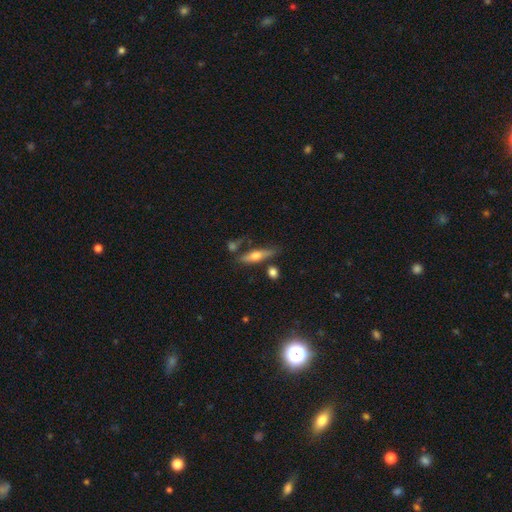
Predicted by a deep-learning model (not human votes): Morphology: type=featured or disk (55%); edge-on=yes (92%); edge-on bulge=rounded (92%); merging=none (69%).